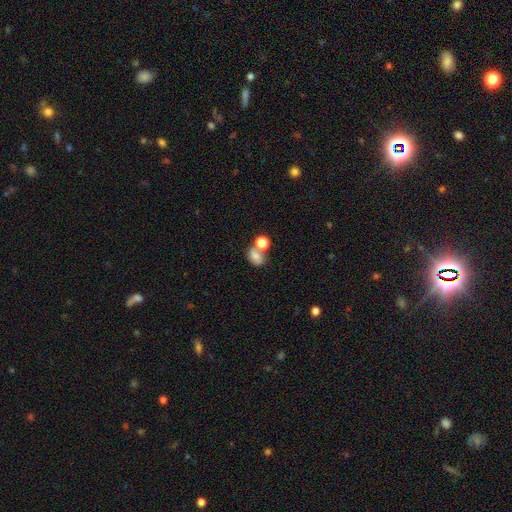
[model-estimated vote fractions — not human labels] A smooth galaxy with no disk features (73%) that is in between round and cigar-shaped (64%).

Vote fractions:
- Smooth or featured? smooth: 73% / featured or disk: 15% / star or artifact: 12%
- How rounded? in between: 64% / round: 35% / cigar-shaped: 1%
- Merging? merger: 47% / none: 33% / minor disturbance: 12% / major disturbance: 8%